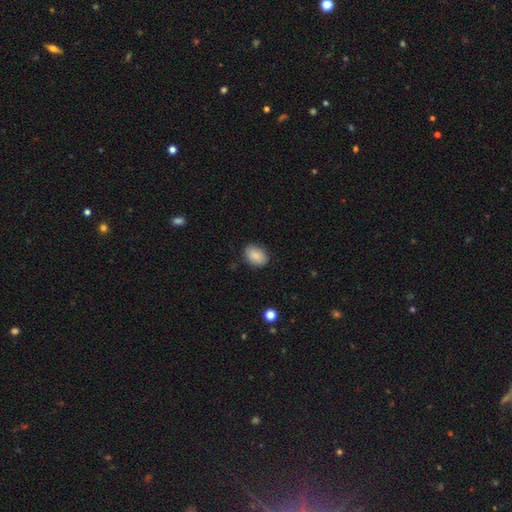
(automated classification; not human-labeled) This is clearly a smooth galaxy (87%). How rounded: likely in between (79%). Merging: clearly none (83%).